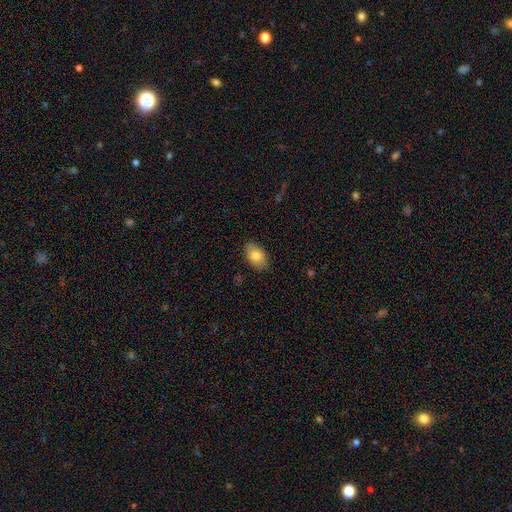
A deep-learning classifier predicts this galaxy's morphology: type=smooth (81%); roundness=in between (89%); merging=none (85%).